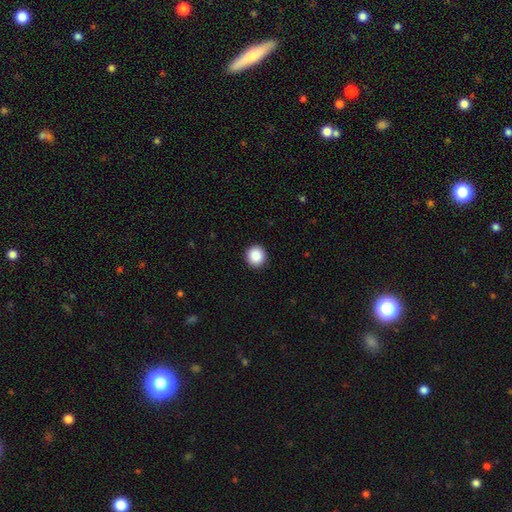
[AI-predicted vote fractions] The model was most divided on "smooth or featured": smooth: 89%, star or artifact: 8%, featured or disk: 3%. More confident: how rounded — round (94%); merging — none (93%).